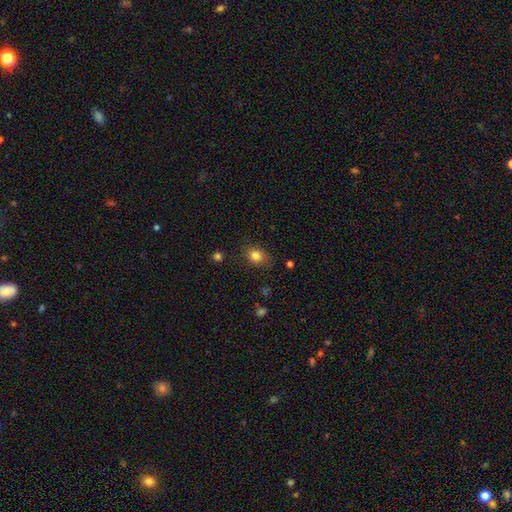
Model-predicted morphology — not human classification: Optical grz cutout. It shows a smooth galaxy with no disk features (82%) that is in between round and cigar-shaped (51%). Merging: none (80%).